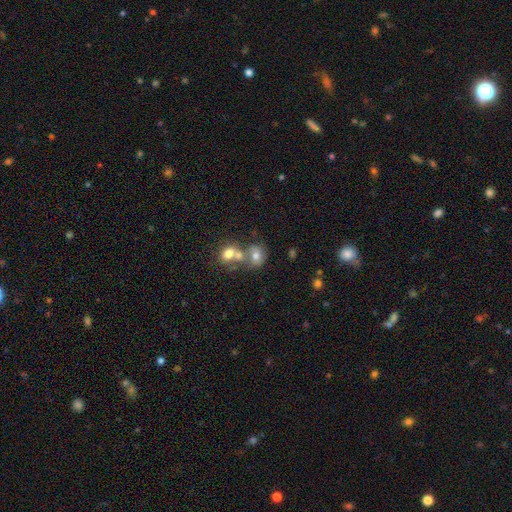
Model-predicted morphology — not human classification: Smooth or featured?
  - smooth: 59% *
  - star or artifact: 24%
  - featured or disk: 18%
How rounded?
  - round: 66% *
  - in between: 32%
  - cigar-shaped: 3%
Merging?
  - merger: 52% *
  - none: 37%
  - minor disturbance: 7%
  - major disturbance: 4%